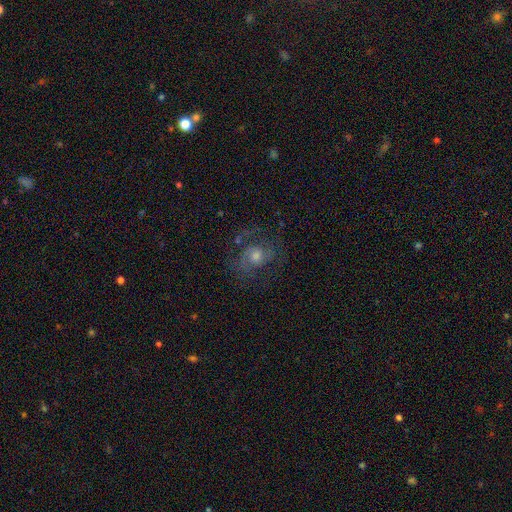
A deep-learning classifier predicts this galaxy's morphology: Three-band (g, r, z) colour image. It shows a featured or disk galaxy (65%) with no bar (68%), 2 (70%) medium (52%) spiral arms (84%) and a moderate central bulge (56%). Merging: none (68%).